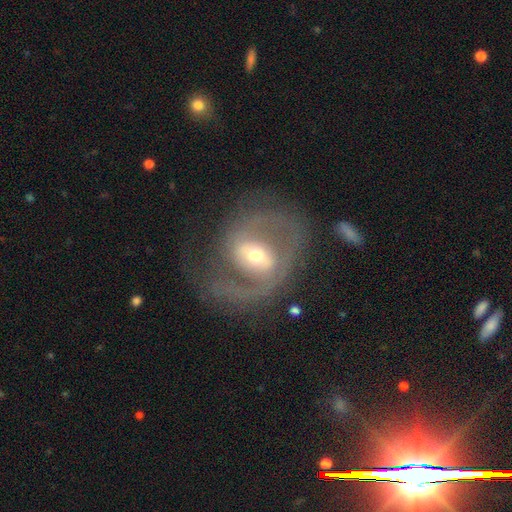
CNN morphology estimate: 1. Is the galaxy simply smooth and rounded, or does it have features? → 82% featured or disk, 12% smooth, 6% star or artifact.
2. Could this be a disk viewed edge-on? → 96% no, 4% yes.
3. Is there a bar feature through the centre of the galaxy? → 43% weak, 30% strong, 27% no.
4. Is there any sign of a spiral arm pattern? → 84% yes, 16% no.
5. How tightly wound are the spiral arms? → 48% medium, 27% tight, 25% loose.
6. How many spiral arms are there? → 74% 2, 12% 1, 9% can't tell, 3% 3, 1% 4, 1% more than 4.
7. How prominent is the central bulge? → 62% moderate, 29% small, 7% large, 1% dominant, 1% none.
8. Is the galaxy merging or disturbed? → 59% none, 21% major disturbance, 17% minor disturbance, 3% merger.